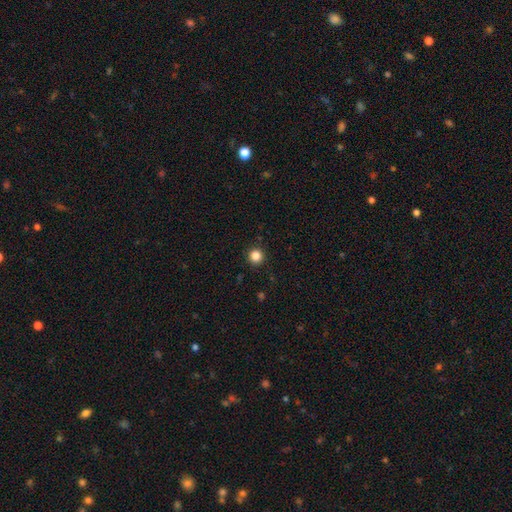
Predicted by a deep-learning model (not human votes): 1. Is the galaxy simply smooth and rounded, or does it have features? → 85% smooth, 12% star or artifact, 4% featured or disk.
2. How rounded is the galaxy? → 95% round, 4% in between, 1% cigar-shaped.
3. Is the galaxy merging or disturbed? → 93% none, 5% minor disturbance, 2% major disturbance, 1% merger.